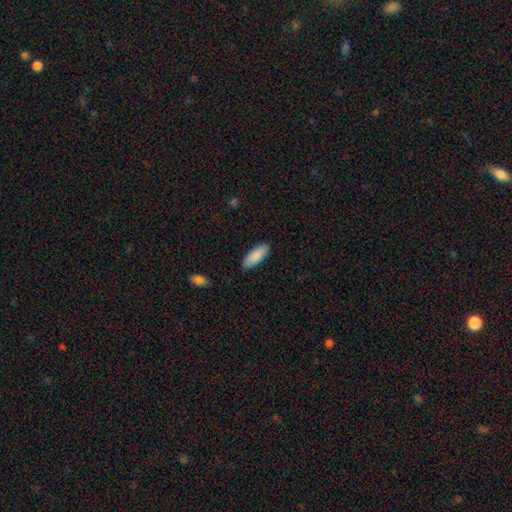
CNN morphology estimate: Q: Smooth or featured?
A: smooth (88%); runner-up: featured or disk (7%)
Q: How rounded?
A: in between (74%); runner-up: cigar-shaped (24%)
Q: Merging?
A: none (88%); runner-up: minor disturbance (9%)